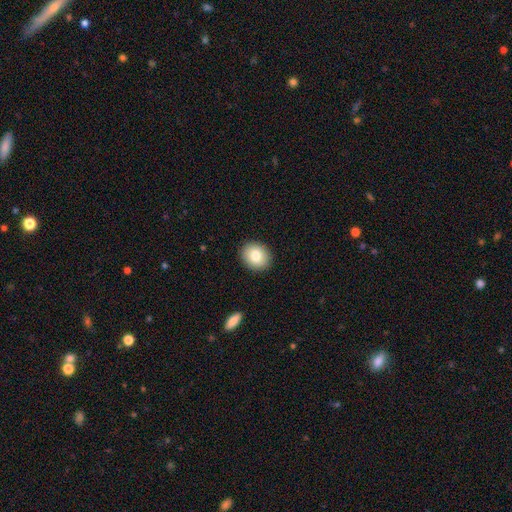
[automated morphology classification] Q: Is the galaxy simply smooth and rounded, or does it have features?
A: smooth — 82%.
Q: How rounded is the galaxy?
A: round — 65%.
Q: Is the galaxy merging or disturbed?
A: none — 91%.